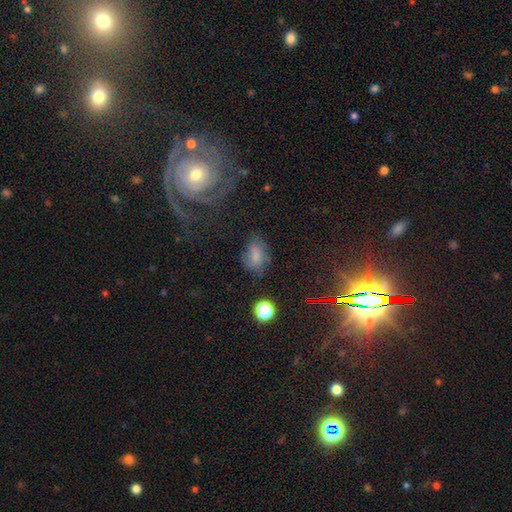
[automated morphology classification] Smooth or featured?
  - smooth: 63% *
  - featured or disk: 19%
  - star or artifact: 19%
How rounded?
  - in between: 79% *
  - round: 19%
  - cigar-shaped: 2%
Merging?
  - none: 60% *
  - minor disturbance: 25%
  - major disturbance: 13%
  - merger: 3%